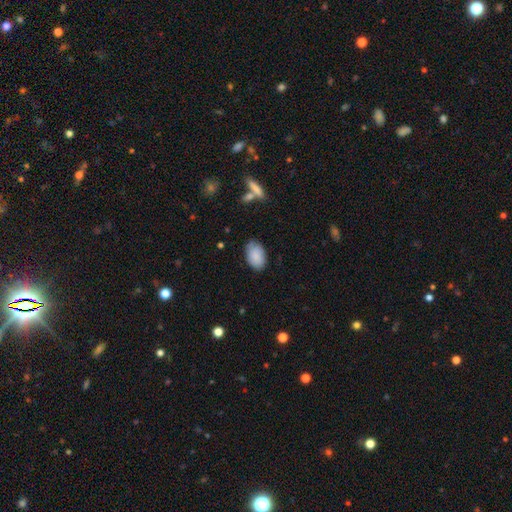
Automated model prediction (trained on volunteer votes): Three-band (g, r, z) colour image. It shows a smooth galaxy with no disk features (85%) that is in between round and cigar-shaped (91%). Merging: none (73%).